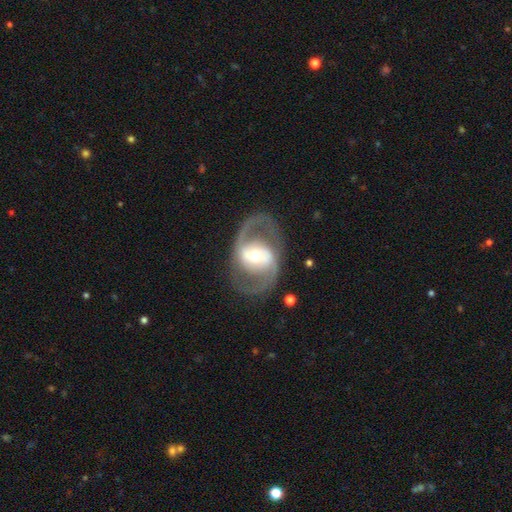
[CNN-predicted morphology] The model was most divided on "bar": strong: 44%, weak: 35%, no: 21%. More confident: edge-on disk — no (97%); spiral arm count — 2 (92%); spiral arms — yes (89%); smooth or featured — featured or disk (87%); merging — none (80%); bulge size — moderate (59%); spiral winding — medium (55%).